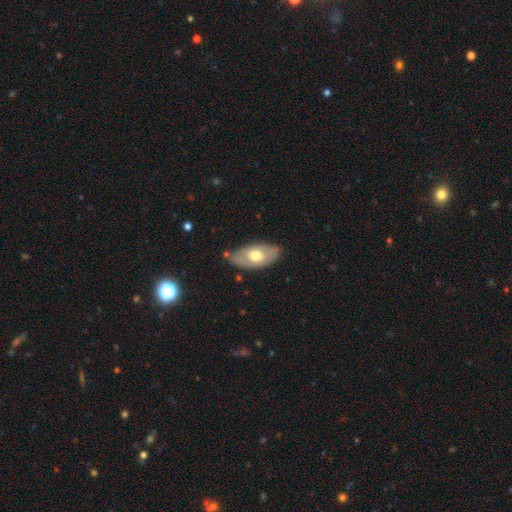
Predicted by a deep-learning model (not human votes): smooth-or-featured: smooth: 55% | featured or disk: 39% | star or artifact: 6%
  how-rounded: in between: 92% | round: 4% | cigar-shaped: 4%
  merging: none: 72% | minor disturbance: 19% | major disturbance: 4% | merger: 4%